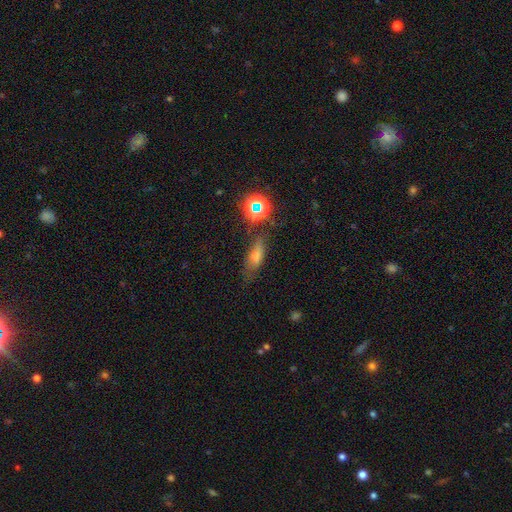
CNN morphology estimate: The model was most divided on "how rounded": in between: 56%, cigar-shaped: 34%, round: 10%. More confident: merging — none (61%); smooth or featured — smooth (58%).